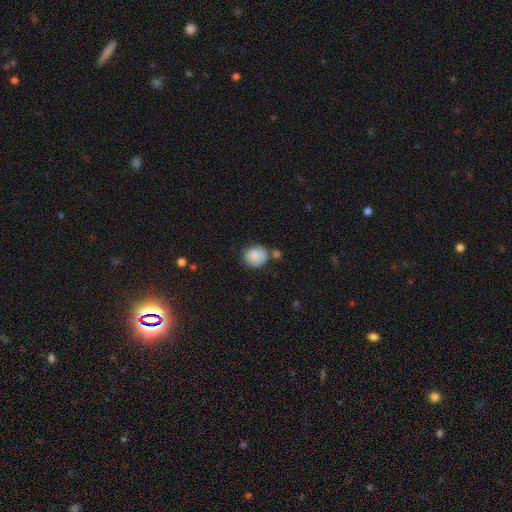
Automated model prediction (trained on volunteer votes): smooth_or_featured: smooth (p=0.88) [alt: star or artifact p=0.07]
how_rounded: round (p=0.74) [alt: in between p=0.25]
merging: none (p=0.64) [alt: minor disturbance p=0.17]